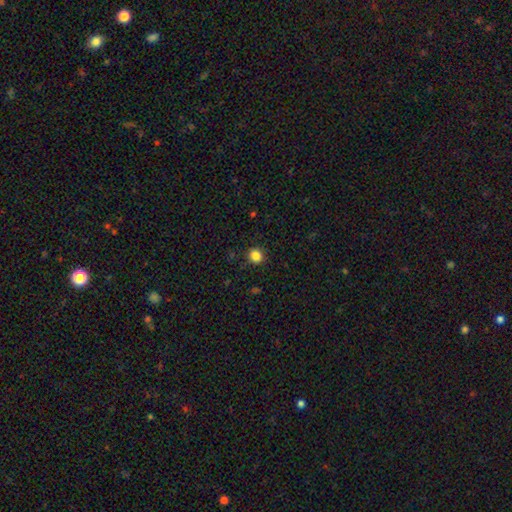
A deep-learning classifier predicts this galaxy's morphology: Smooth or featured: smooth — 85% (star or artifact — 12%)
How rounded: round — 83% (in between — 16%)
Merging: none — 89% (minor disturbance — 7%)